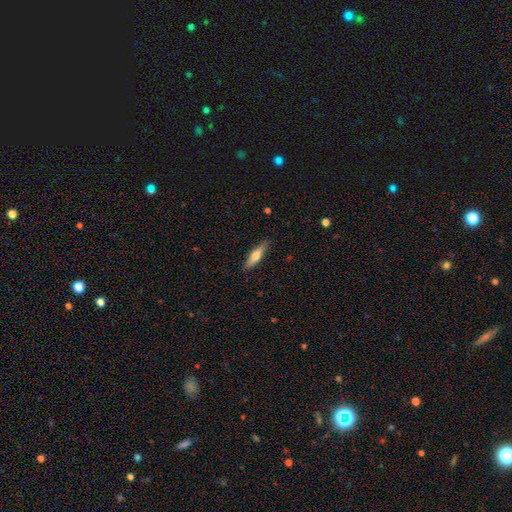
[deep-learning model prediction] Smooth or featured?
  - smooth: 51% *
  - featured or disk: 43%
  - star or artifact: 6%
How rounded?
  - cigar-shaped: 74% *
  - in between: 24%
  - round: 2%
Merging?
  - none: 88% *
  - minor disturbance: 9%
  - major disturbance: 2%
  - merger: 1%